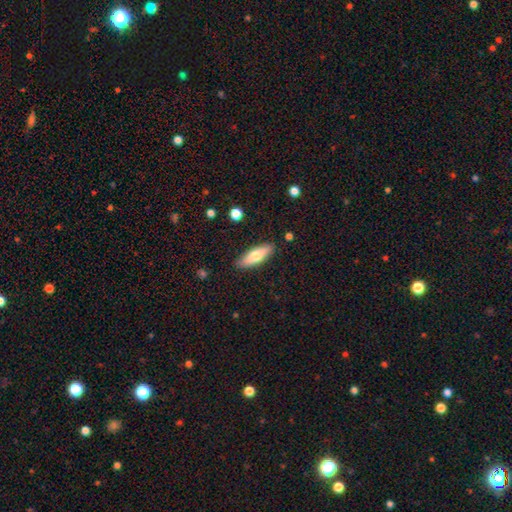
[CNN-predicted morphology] This appears to be a smooth galaxy with no disk features (67%) that is in between round and cigar-shaped (54%). Merging: none (88%).